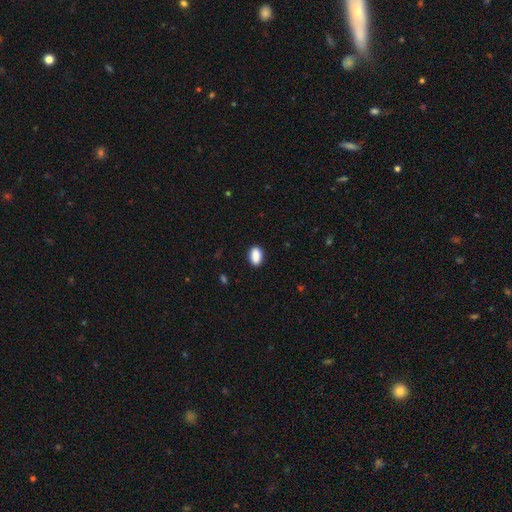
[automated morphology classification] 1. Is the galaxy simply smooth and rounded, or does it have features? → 89% smooth, 7% star or artifact, 3% featured or disk.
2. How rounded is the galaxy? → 91% in between, 7% round, 3% cigar-shaped.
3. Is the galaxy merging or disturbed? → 88% none, 9% minor disturbance, 2% major disturbance, 1% merger.